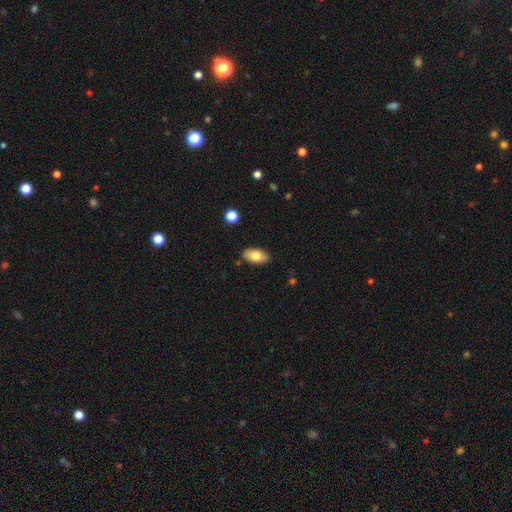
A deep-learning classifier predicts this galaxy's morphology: Overall: smooth (78%). How rounded: in between (92%). Merging: none (87%).